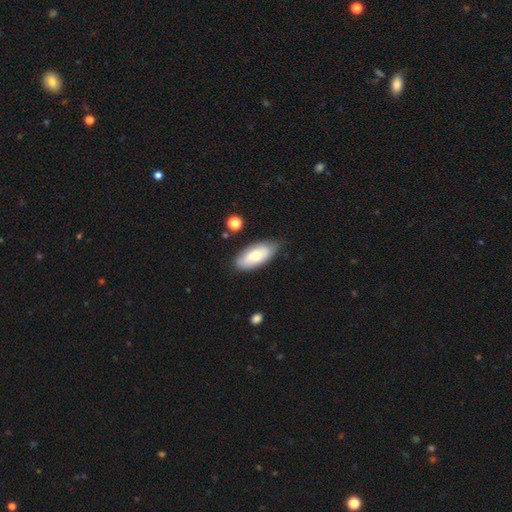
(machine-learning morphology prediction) smooth_or_featured: smooth (p=0.61) [alt: featured or disk p=0.33]
how_rounded: in between (p=0.91) [alt: cigar-shaped p=0.07]
merging: none (p=0.77) [alt: minor disturbance p=0.18]